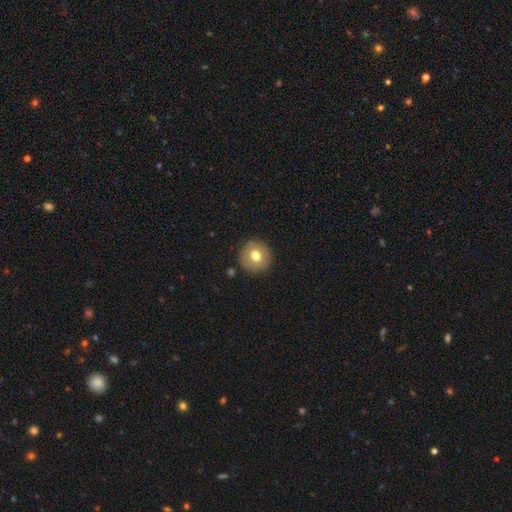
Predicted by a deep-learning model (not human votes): Smooth or featured? Predicted: smooth (p=0.72). How rounded? Predicted: round (p=0.95). Merging? Predicted: none (p=0.89).